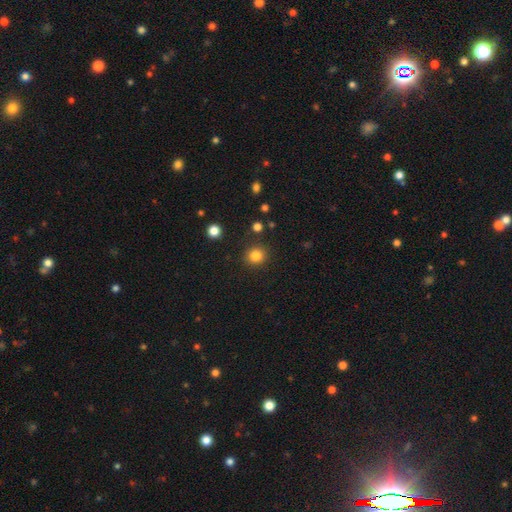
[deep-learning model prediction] smooth-or-featured: smooth: 84% | star or artifact: 12% | featured or disk: 5%
  how-rounded: round: 85% | in between: 14% | cigar-shaped: 1%
  merging: none: 88% | minor disturbance: 7% | major disturbance: 3% | merger: 2%